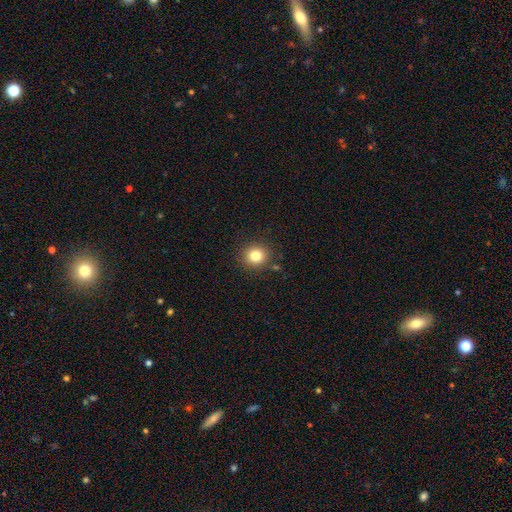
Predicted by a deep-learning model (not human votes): Q: Smooth or featured?
A: smooth (80%); runner-up: star or artifact (13%)
Q: How rounded?
A: round (88%); runner-up: in between (11%)
Q: Merging?
A: none (88%); runner-up: minor disturbance (8%)